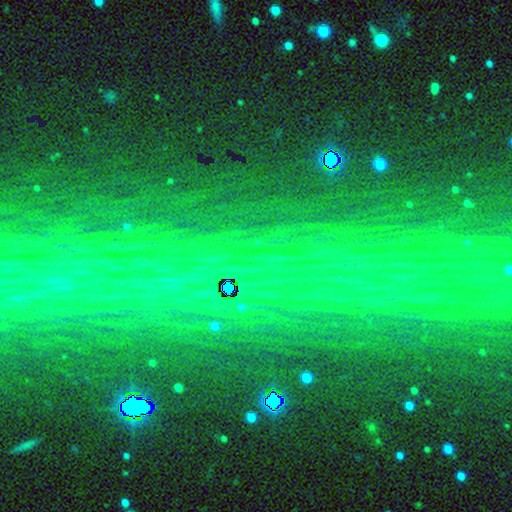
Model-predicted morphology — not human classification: Smooth or featured? star or artifact (84%)